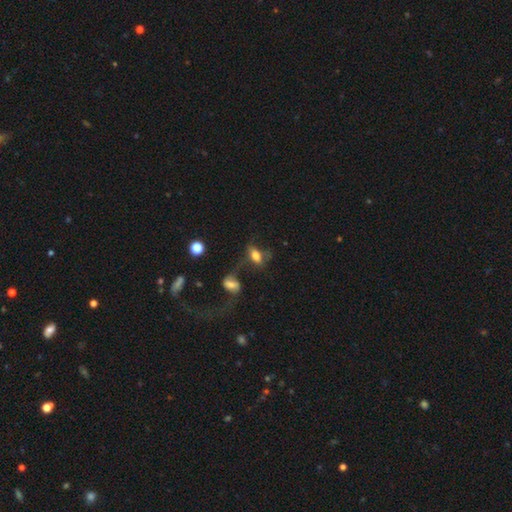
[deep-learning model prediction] Smooth or featured? Predicted: smooth (p=0.59). How rounded? Predicted: in between (p=0.81). Merging? Predicted: none (p=0.39).